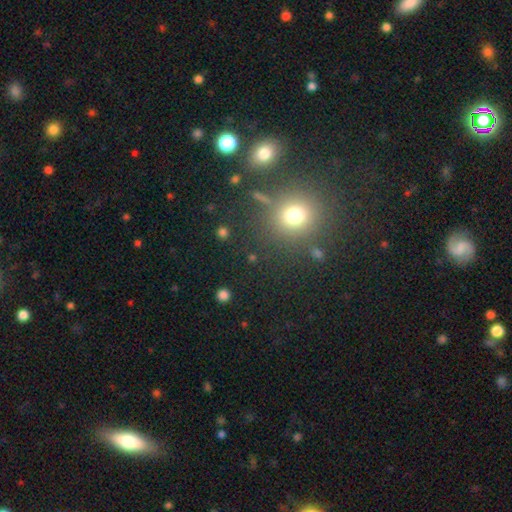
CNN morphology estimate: This appears to be a smooth galaxy with no disk features (57%) that is round (86%). Merging: none (80%).